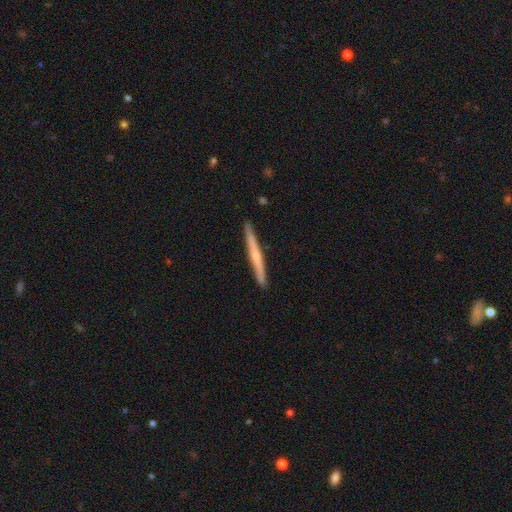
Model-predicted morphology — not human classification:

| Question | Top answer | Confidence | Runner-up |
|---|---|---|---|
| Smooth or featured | featured or disk | 57% | smooth (37%) |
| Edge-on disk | yes | 97% | no (3%) |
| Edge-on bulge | rounded | 48% | none (46%) |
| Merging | none | 91% | minor disturbance (7%) |